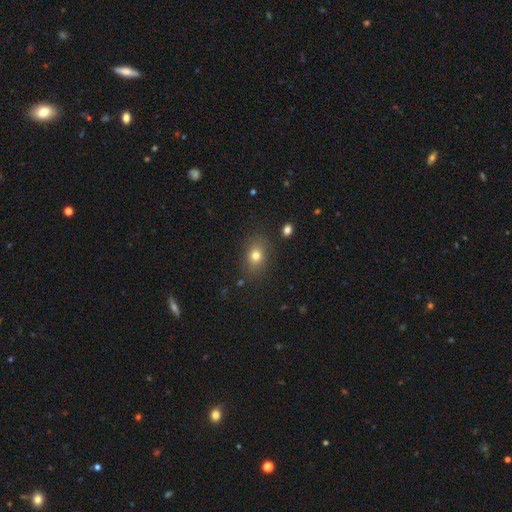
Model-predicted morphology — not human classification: smooth_or_featured: smooth (p=0.77) [alt: star or artifact p=0.13]
how_rounded: in between (p=0.60) [alt: round p=0.38]
merging: none (p=0.82) [alt: minor disturbance p=0.12]